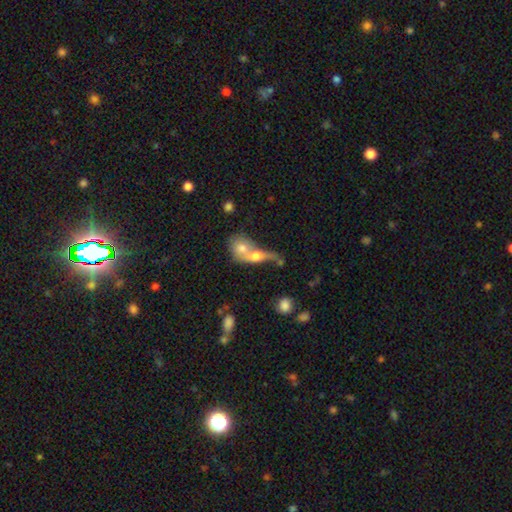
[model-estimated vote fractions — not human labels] Smooth or featured: smooth — 58% (featured or disk — 33%)
How rounded: in between — 50% (round — 38%)
Merging: merger — 77% (none — 11%)